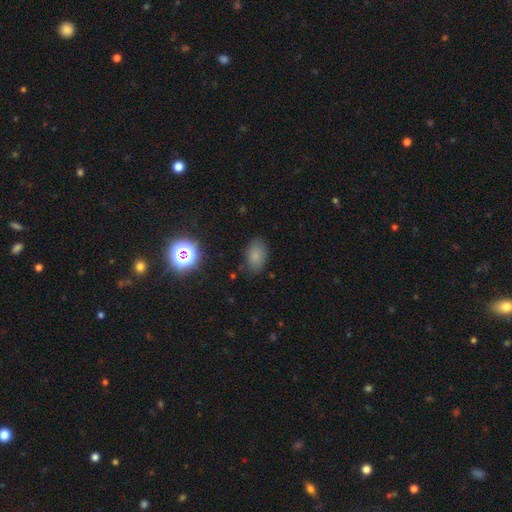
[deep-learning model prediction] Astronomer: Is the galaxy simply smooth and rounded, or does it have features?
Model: smooth — 78%.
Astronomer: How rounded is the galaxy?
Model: in between — 87%.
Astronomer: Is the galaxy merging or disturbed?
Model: none — 80%.